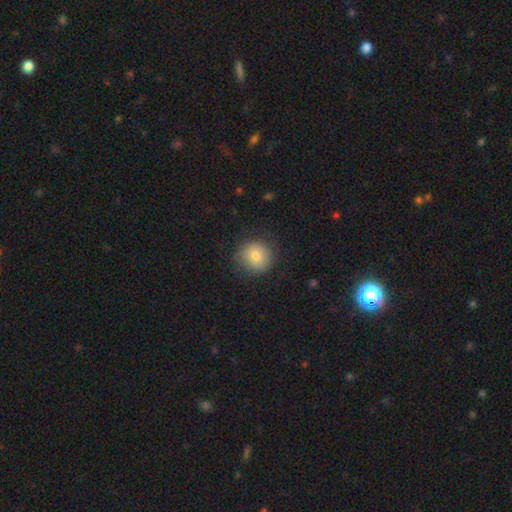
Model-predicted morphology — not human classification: smooth_or_featured: smooth (p=0.78) [alt: featured or disk p=0.13]
how_rounded: round (p=0.91) [alt: in between p=0.08]
merging: none (p=0.81) [alt: minor disturbance p=0.14]